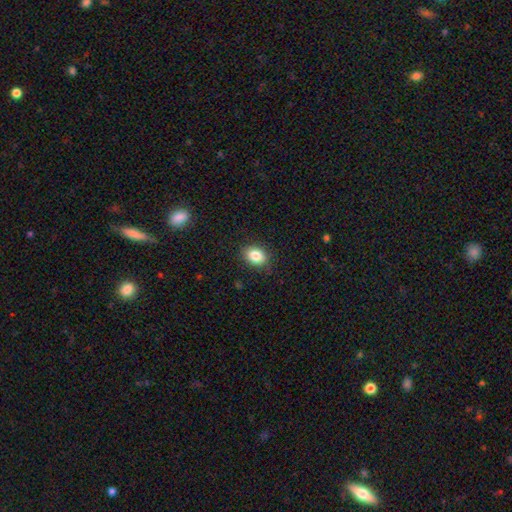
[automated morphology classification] Smooth or featured?
  - smooth: 85% *
  - star or artifact: 9%
  - featured or disk: 6%
How rounded?
  - in between: 72% *
  - round: 27%
  - cigar-shaped: 1%
Merging?
  - none: 85% *
  - minor disturbance: 11%
  - major disturbance: 3%
  - merger: 1%